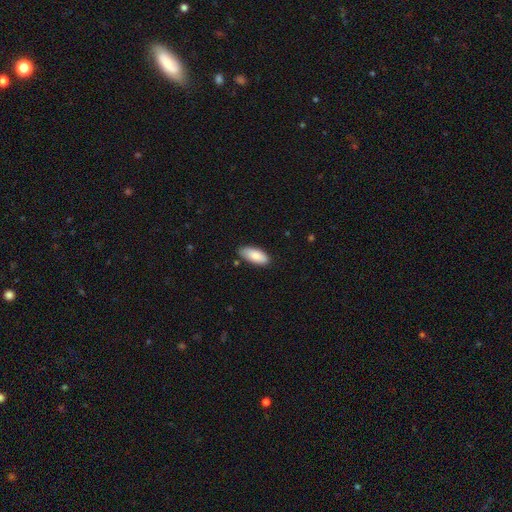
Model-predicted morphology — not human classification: type=smooth (85%); roundness=in between (85%); merging=none (83%).